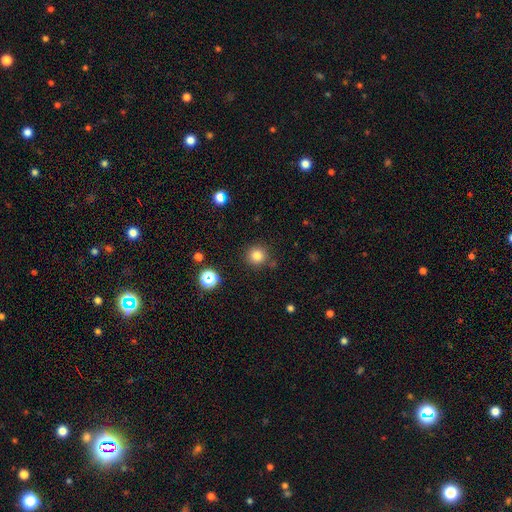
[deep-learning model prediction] This appears to be a smooth galaxy with no disk features (81%) that is round (93%). Merging: none (84%).